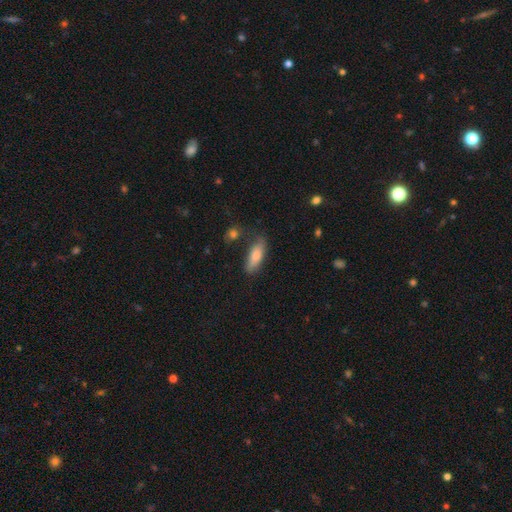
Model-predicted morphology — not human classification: type=smooth (78%); roundness=in between (60%); merging=none (64%).